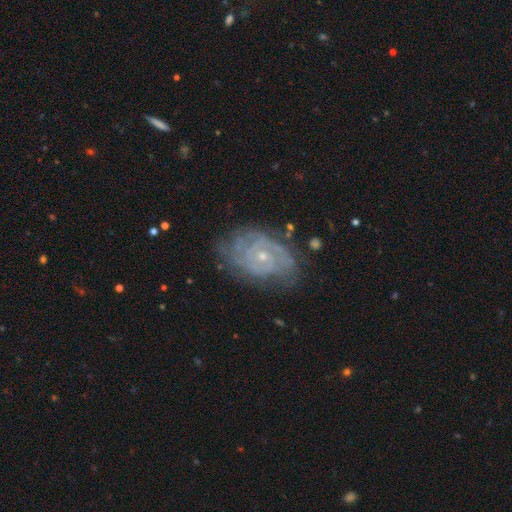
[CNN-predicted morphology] This appears to be a featured or disk galaxy (77%) with no bar (69%), tight (71%) spiral arms (94%) and a small central bulge (76%). Merging: none (77%).